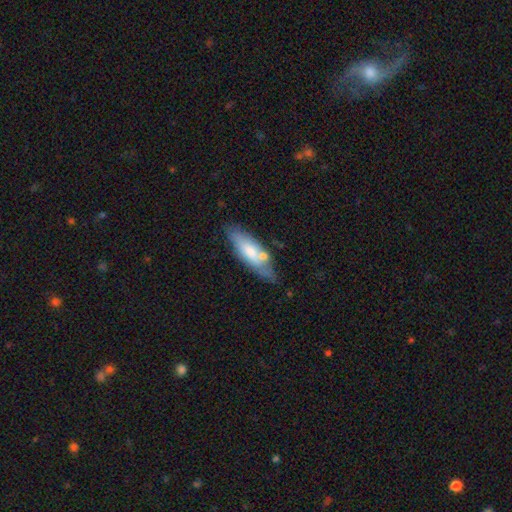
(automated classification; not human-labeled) This is possibly a smooth galaxy (54%). How rounded: possibly cigar-shaped (53%). Merging: likely none (66%).